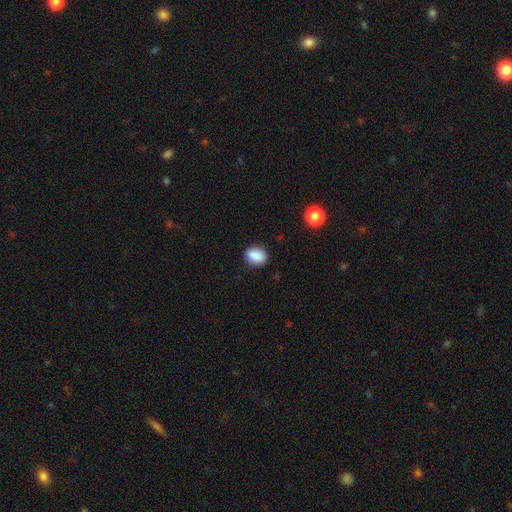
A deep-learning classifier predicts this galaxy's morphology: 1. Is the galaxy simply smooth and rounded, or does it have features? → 86% smooth, 9% star or artifact, 5% featured or disk.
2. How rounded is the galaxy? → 58% in between, 40% round, 2% cigar-shaped.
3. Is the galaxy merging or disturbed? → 86% none, 10% minor disturbance, 2% major disturbance, 1% merger.